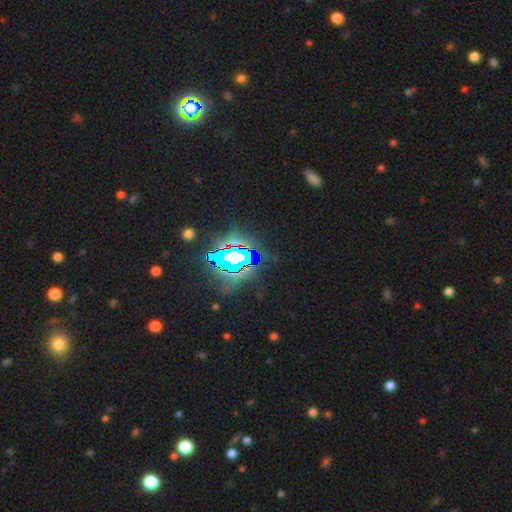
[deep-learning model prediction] A star or artifact, not a galaxy (79%).